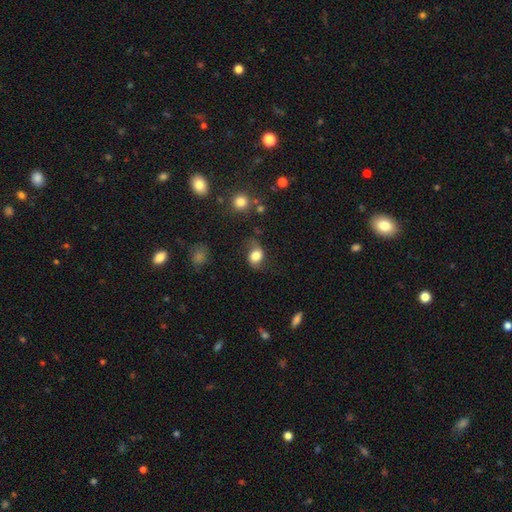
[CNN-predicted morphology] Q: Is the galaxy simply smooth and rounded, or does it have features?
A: smooth — 65%.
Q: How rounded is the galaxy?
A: in between — 59%.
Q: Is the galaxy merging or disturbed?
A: none — 60%.